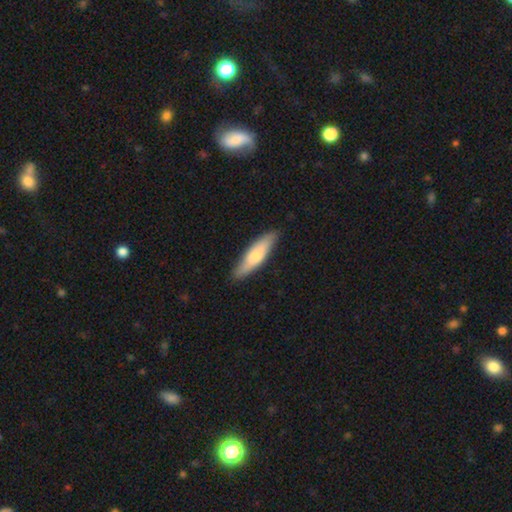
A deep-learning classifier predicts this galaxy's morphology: Overall: smooth (67%; featured or disk 28%). How rounded: cigar-shaped (71%). Merging: none (85%).